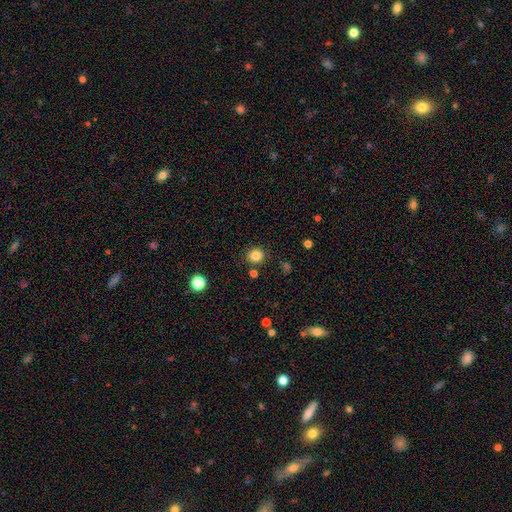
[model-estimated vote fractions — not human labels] Smooth or featured? smooth (84%)
How rounded? round (84%)
Merging? none (86%)